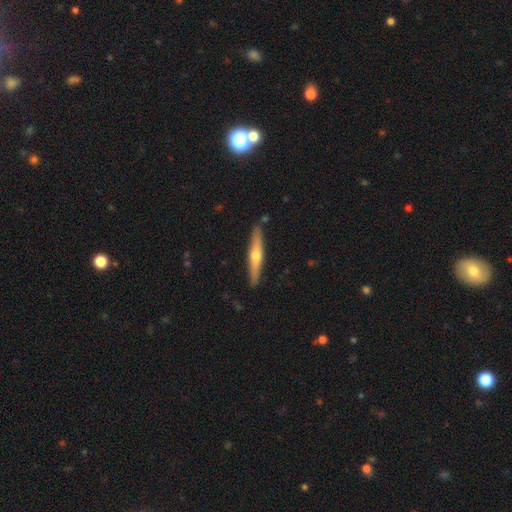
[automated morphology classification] Smooth or featured? featured or disk (62%)
Edge-on disk? yes (95%)
Edge-on bulge? rounded (90%)
Merging? none (89%)